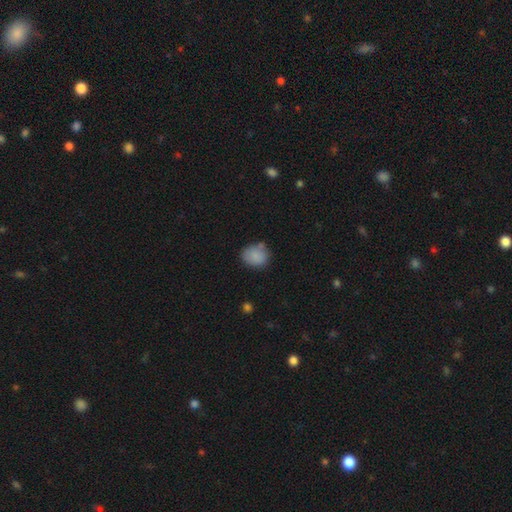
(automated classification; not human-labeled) smooth 85%, star or artifact 8%, featured or disk 7%. Down the decision tree: how rounded — round (64%); merging — none (67%).